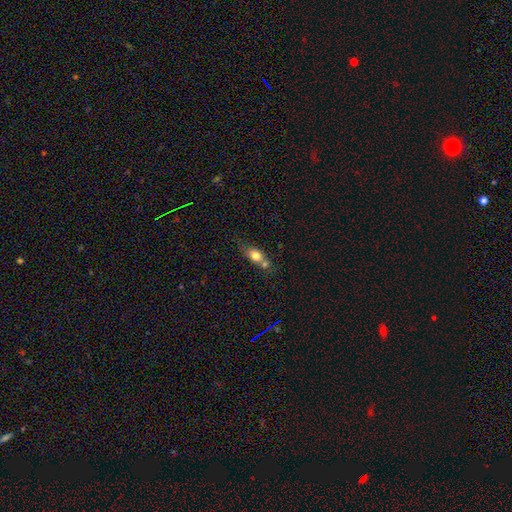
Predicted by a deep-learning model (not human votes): Q: Smooth or featured?
A: smooth (74%); runner-up: featured or disk (17%)
Q: How rounded?
A: in between (65%); runner-up: round (26%)
Q: Merging?
A: merger (42%); runner-up: none (37%)